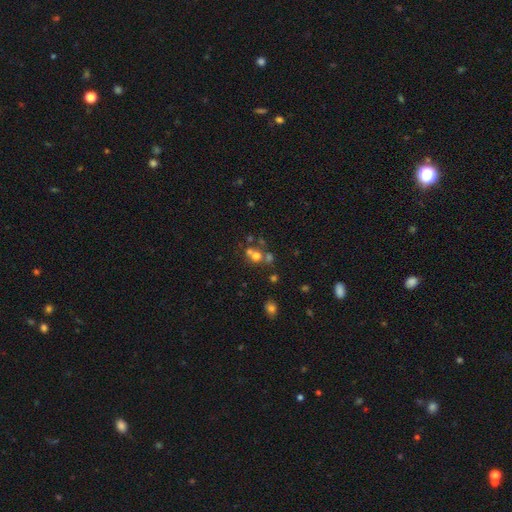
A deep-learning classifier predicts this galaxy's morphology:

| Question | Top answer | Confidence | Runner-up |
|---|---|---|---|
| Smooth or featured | smooth | 61% | featured or disk (20%) |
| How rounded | round | 79% | in between (20%) |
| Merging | merger | 44% | none (43%) |